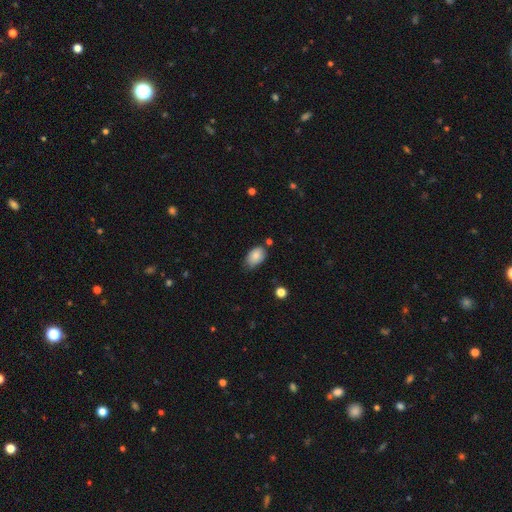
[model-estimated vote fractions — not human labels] A smooth galaxy with no disk features (81%) that is in between round and cigar-shaped (90%).

Vote fractions:
- Smooth or featured? smooth: 81% / featured or disk: 10% / star or artifact: 8%
- How rounded? in between: 90% / round: 9% / cigar-shaped: 1%
- Merging? none: 64% / minor disturbance: 28% / major disturbance: 4% / merger: 4%